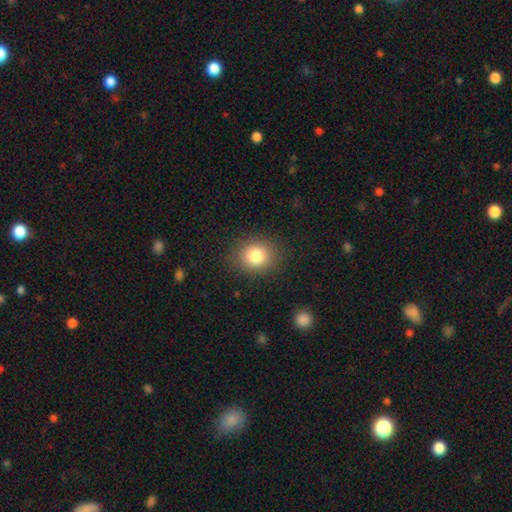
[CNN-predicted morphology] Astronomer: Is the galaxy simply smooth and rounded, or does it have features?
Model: smooth — 82%.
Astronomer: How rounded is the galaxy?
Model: round — 72%.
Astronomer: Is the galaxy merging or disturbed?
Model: none — 87%.